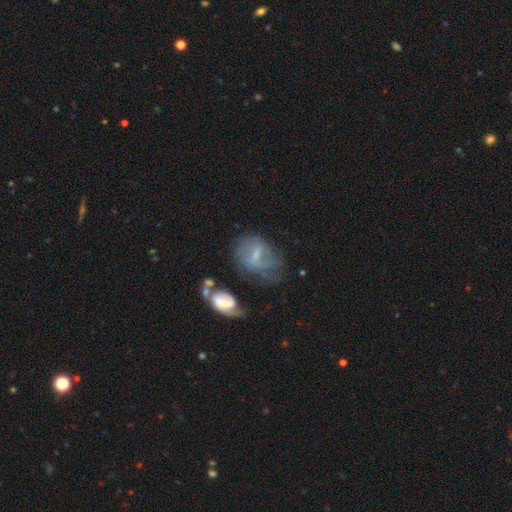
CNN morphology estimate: type=featured or disk (54%); edge-on=no (95%); bar=weak (52%); spiral arms=yes (58%); bulge=small (52%); merging=none (38%).